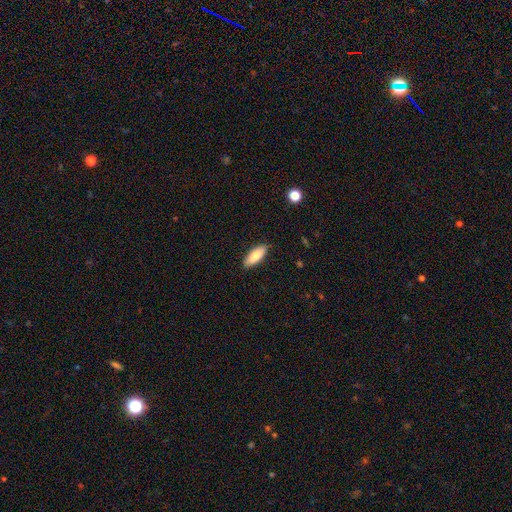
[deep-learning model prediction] Smooth or featured: smooth — 80% (featured or disk — 14%)
How rounded: in between — 67% (cigar-shaped — 31%)
Merging: none — 87% (minor disturbance — 10%)